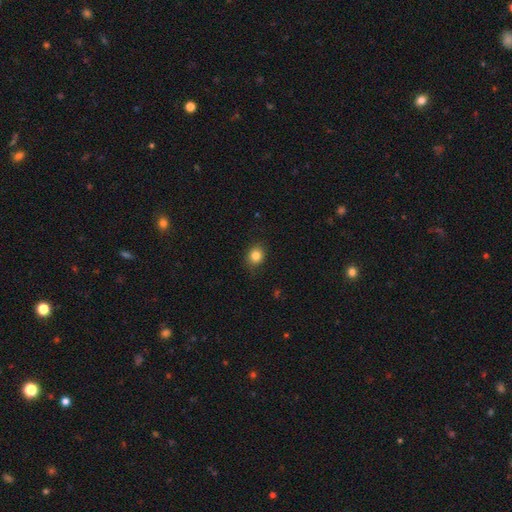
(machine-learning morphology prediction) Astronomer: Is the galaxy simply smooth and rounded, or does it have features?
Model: smooth — 83%.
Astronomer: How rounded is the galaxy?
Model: round — 67%.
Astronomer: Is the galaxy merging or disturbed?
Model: none — 84%.